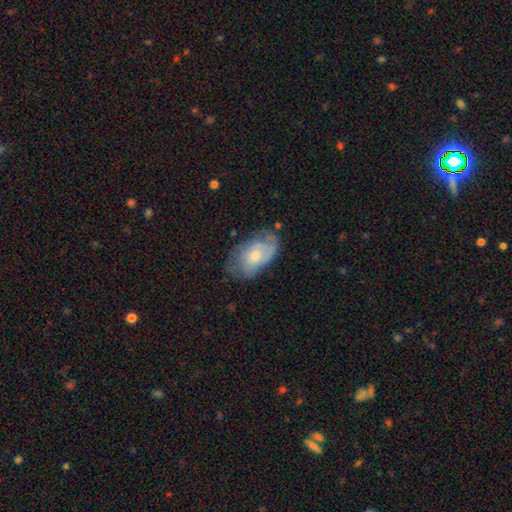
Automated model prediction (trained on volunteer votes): Morphology: type=smooth (48%); merging=none (53%).